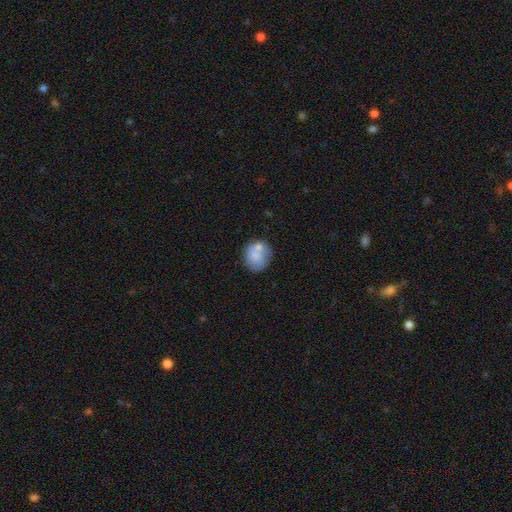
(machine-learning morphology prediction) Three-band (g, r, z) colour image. It shows a smooth galaxy with no disk features (72%) that is round (77%). Merging: none (52%).